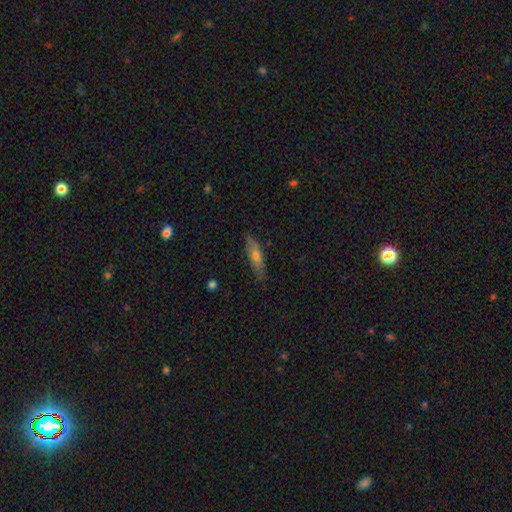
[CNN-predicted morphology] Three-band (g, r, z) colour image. It shows a smooth galaxy with no disk features (56%) that is cigar-shaped (61%). Merging: none (81%).